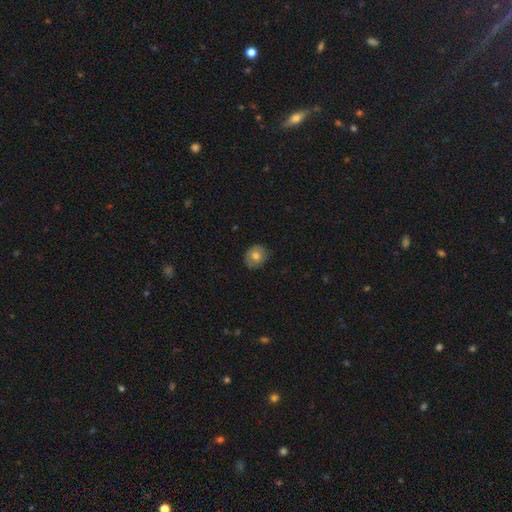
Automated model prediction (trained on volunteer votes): smooth-or-featured: smooth: 73% | featured or disk: 18% | star or artifact: 9%
  how-rounded: round: 64% | in between: 35% | cigar-shaped: 1%
  merging: none: 83% | minor disturbance: 14% | major disturbance: 2% | merger: 1%